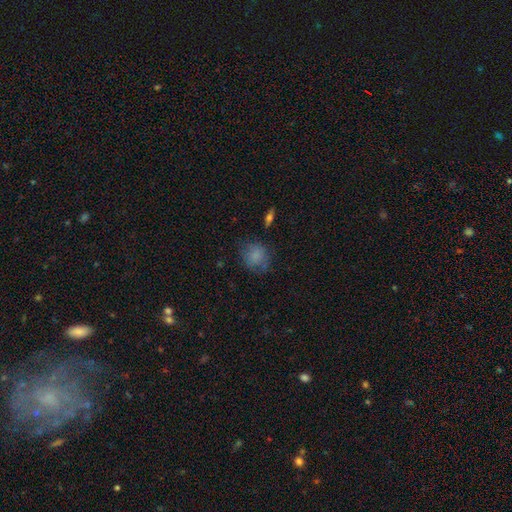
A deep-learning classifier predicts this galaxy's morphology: Smooth or featured: smooth — 80% (featured or disk — 10%)
How rounded: round — 79% (in between — 20%)
Merging: none — 69% (minor disturbance — 22%)